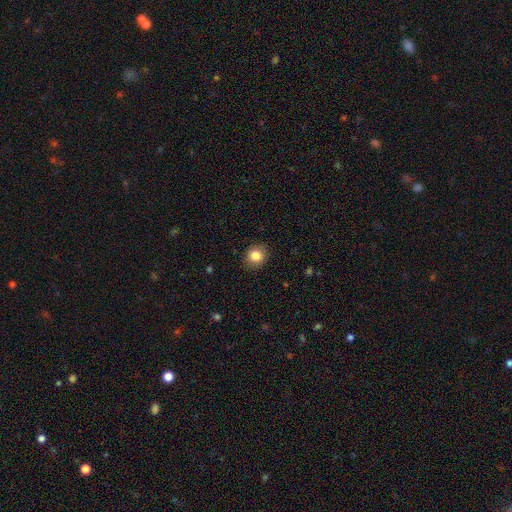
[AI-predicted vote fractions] A smooth galaxy with no disk features (84%) that is round (80%).

Vote fractions:
- Smooth or featured? smooth: 84% / star or artifact: 10% / featured or disk: 6%
- How rounded? round: 80% / in between: 19% / cigar-shaped: 1%
- Merging? none: 89% / minor disturbance: 8% / major disturbance: 2% / merger: 1%